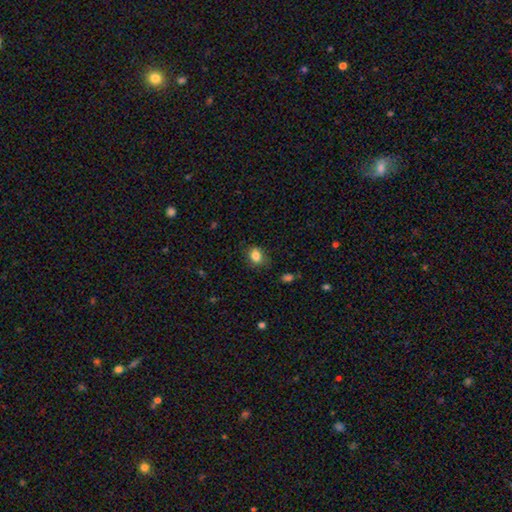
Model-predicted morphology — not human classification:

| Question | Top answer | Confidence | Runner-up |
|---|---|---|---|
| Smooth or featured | smooth | 85% | star or artifact (10%) |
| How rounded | in between | 58% | round (41%) |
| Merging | none | 77% | minor disturbance (17%) |